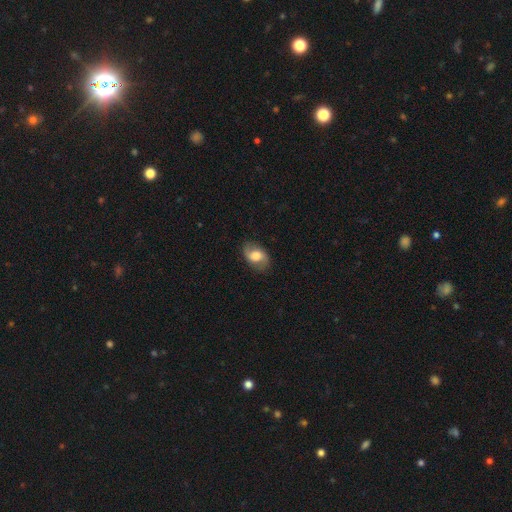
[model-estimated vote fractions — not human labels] Smooth or featured? Predicted: smooth (p=0.46, tied with featured or disk). Merging? Predicted: none (p=0.81).